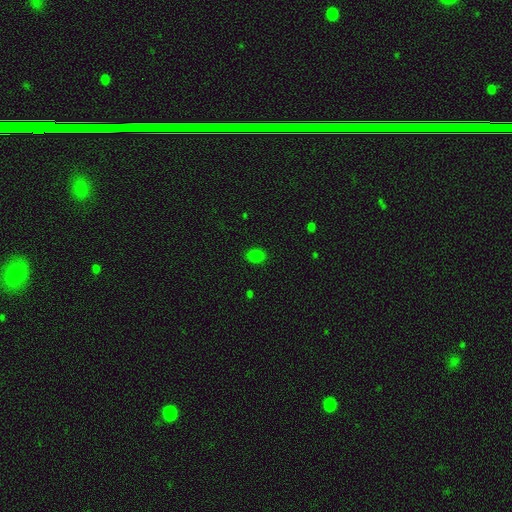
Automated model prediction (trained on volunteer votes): Overall: smooth (80%). How rounded: in between (53%; round 46%). Merging: none (87%).